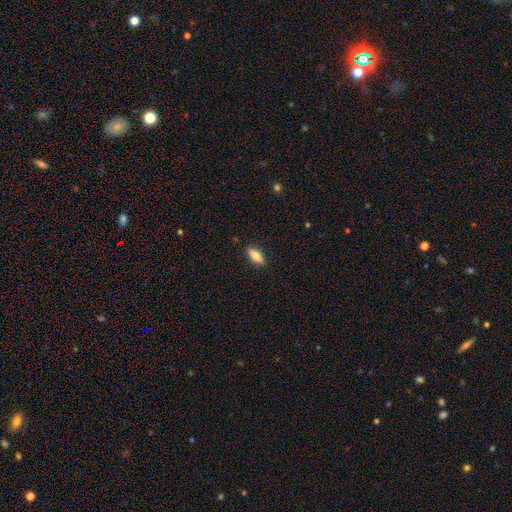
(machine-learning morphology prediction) This appears to be a smooth galaxy with no disk features (78%) that is in between round and cigar-shaped (75%). Merging: none (88%).